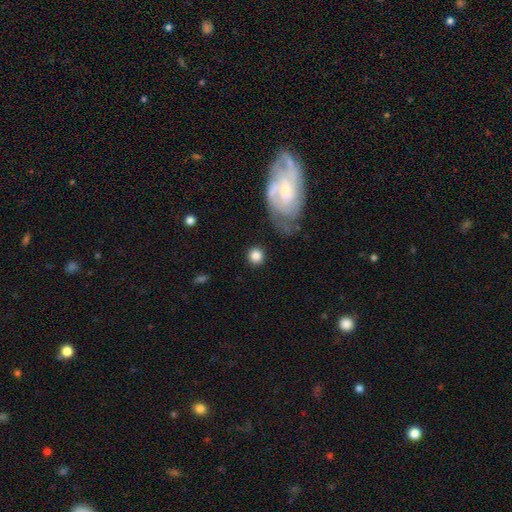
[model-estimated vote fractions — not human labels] This appears to be a smooth galaxy with no disk features (82%) that is round (91%). Merging: none (84%).